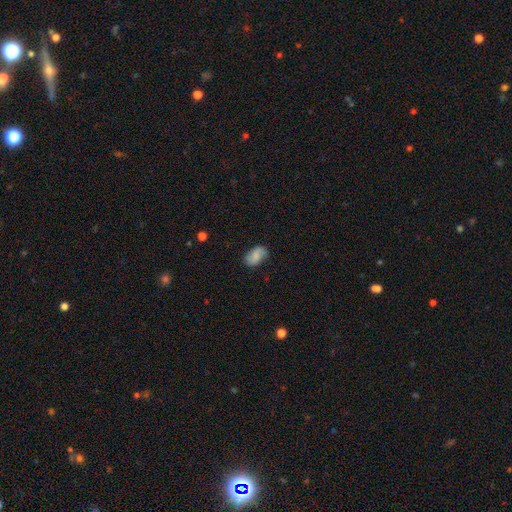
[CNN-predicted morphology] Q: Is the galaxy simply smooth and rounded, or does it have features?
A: smooth — 69%.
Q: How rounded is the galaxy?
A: in between — 91%.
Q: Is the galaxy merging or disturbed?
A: none — 76%.